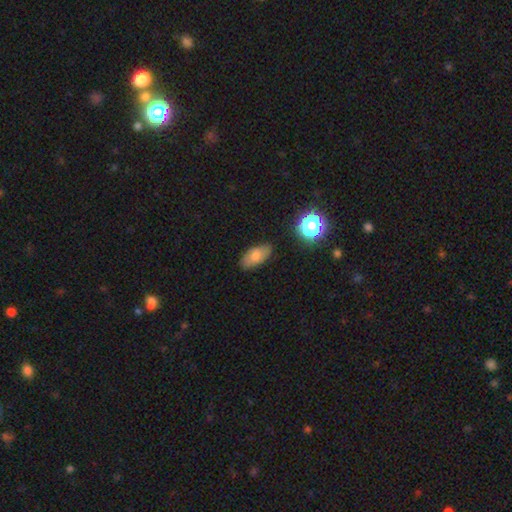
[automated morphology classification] smooth-or-featured: smooth: 72% | featured or disk: 18% | star or artifact: 10%
  how-rounded: in between: 89% | cigar-shaped: 6% | round: 5%
  merging: none: 75% | minor disturbance: 20% | major disturbance: 4% | merger: 2%